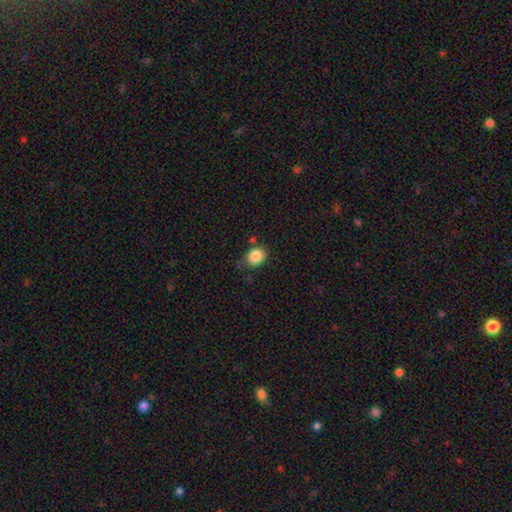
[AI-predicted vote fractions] A smooth galaxy with no disk features (86%) that is round (59%).

Vote fractions:
- Smooth or featured? smooth: 86% / star or artifact: 9% / featured or disk: 5%
- How rounded? round: 59% / in between: 40% / cigar-shaped: 1%
- Merging? none: 65% / minor disturbance: 23% / major disturbance: 6% / merger: 5%